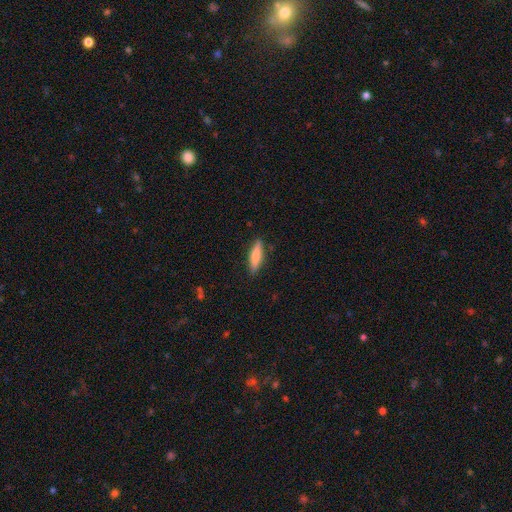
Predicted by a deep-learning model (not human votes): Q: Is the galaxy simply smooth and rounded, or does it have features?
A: smooth — 74%.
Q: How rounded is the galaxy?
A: cigar-shaped — 72%.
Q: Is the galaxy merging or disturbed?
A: none — 87%.